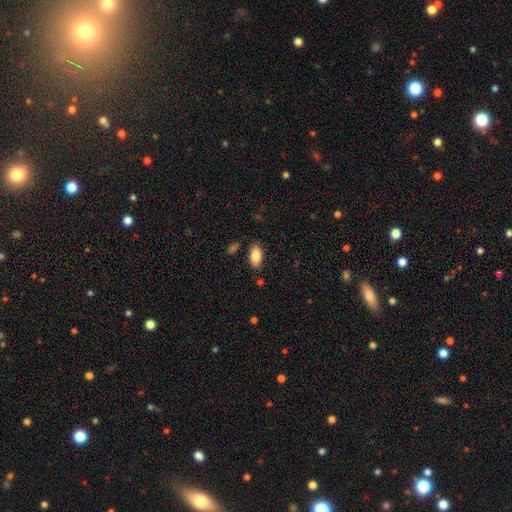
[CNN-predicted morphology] Smooth or featured? Predicted: smooth (p=0.84). How rounded? Predicted: in between (p=0.92). Merging? Predicted: none (p=0.85).